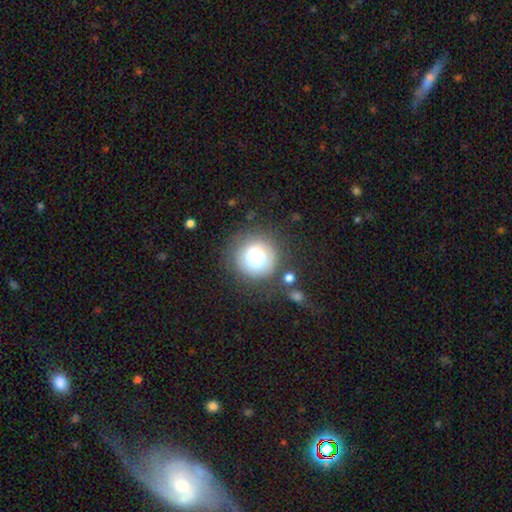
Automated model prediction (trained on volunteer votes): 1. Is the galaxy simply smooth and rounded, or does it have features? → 74% smooth, 15% featured or disk, 12% star or artifact.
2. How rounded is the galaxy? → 94% round, 5% in between, 1% cigar-shaped.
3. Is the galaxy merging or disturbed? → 75% none, 13% minor disturbance, 8% major disturbance, 5% merger.